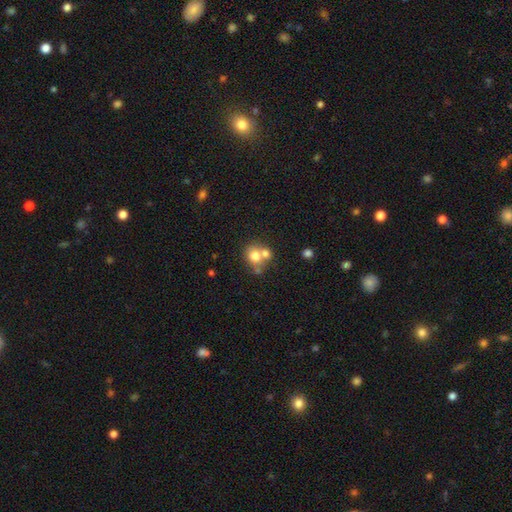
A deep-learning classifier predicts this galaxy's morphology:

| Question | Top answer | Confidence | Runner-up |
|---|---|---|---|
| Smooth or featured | smooth | 72% | featured or disk (17%) |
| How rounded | round | 75% | in between (24%) |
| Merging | merger | 50% | none (37%) |